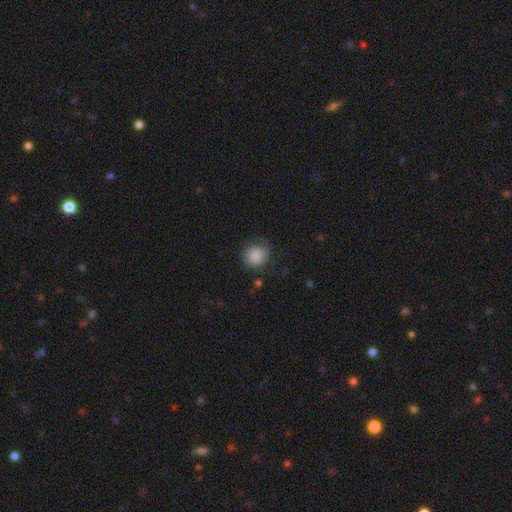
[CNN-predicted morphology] This appears to be a smooth galaxy with no disk features (76%) that is round (85%). Merging: none (66%).